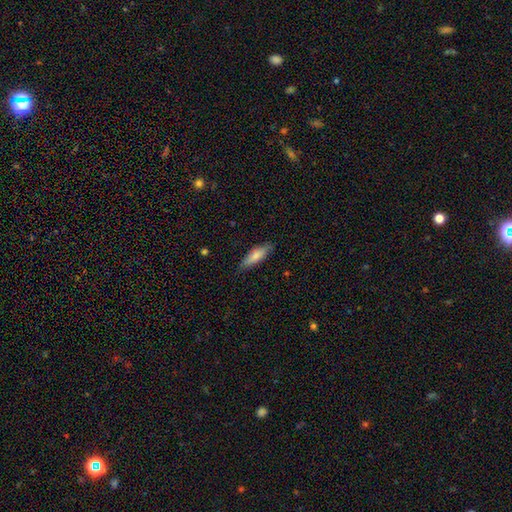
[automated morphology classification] Overall: smooth (78%). How rounded: cigar-shaped (49%, tied with in between). Merging: none (78%).